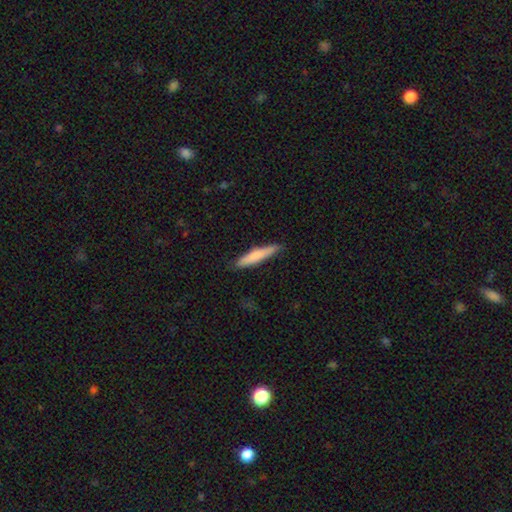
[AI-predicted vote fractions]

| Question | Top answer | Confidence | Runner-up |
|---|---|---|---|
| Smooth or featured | smooth | 75% | featured or disk (19%) |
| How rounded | cigar-shaped | 90% | in between (8%) |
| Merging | none | 85% | minor disturbance (12%) |